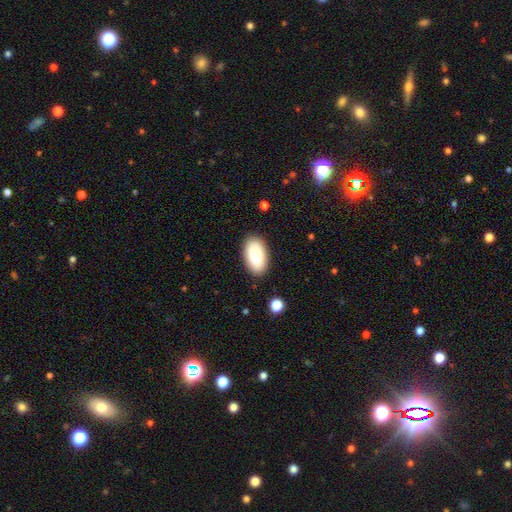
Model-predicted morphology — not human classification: smooth 84%, featured or disk 9%, star or artifact 6%. Down the decision tree: how rounded — in between (95%); merging — none (87%).